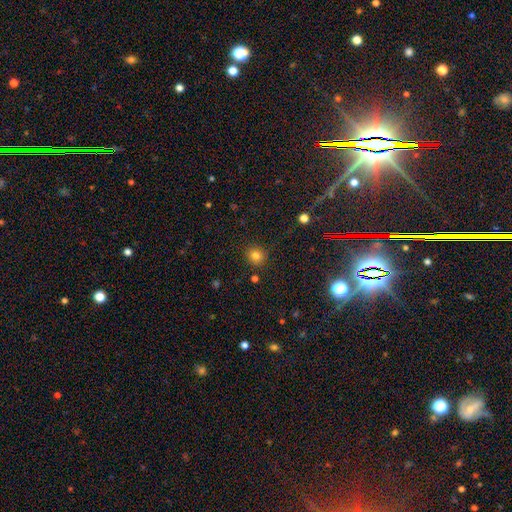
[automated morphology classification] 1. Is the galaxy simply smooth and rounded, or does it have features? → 80% smooth, 14% star or artifact, 6% featured or disk.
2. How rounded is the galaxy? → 91% round, 8% in between, 1% cigar-shaped.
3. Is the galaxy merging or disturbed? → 88% none, 8% minor disturbance, 2% major disturbance, 2% merger.